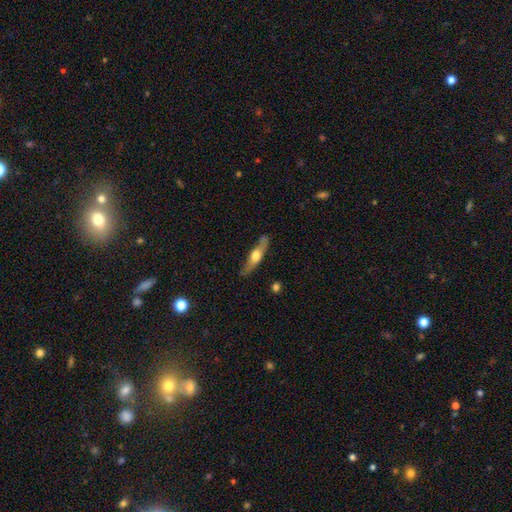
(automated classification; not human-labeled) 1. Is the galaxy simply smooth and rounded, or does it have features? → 55% featured or disk, 40% smooth, 5% star or artifact.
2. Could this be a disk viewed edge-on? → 87% yes, 13% no.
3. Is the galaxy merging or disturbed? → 80% none, 14% minor disturbance, 3% major disturbance, 3% merger.